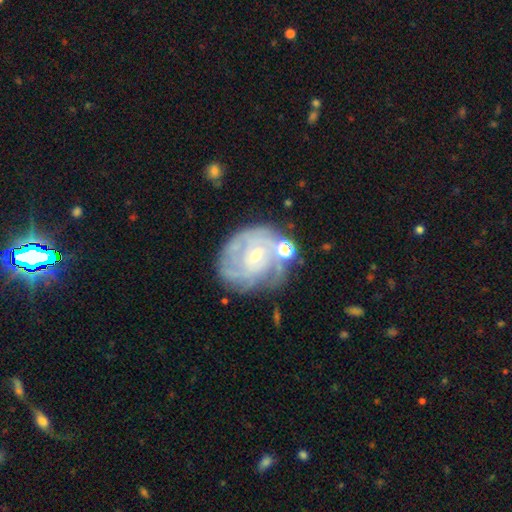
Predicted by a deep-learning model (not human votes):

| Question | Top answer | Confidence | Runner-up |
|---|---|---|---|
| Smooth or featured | featured or disk | 80% | smooth (13%) |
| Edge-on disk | no | 98% | yes (2%) |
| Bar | no | 65% | weak (30%) |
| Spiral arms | yes | 90% | no (10%) |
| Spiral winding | tight | 70% | medium (24%) |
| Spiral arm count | can't tell | 43% | 3 (17%) |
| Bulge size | small | 74% | moderate (22%) |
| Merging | none | 61% | minor disturbance (21%) |